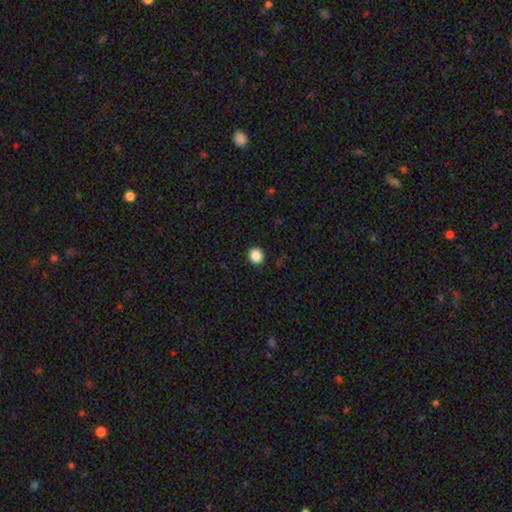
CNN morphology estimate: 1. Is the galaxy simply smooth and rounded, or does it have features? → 87% smooth, 10% star or artifact, 3% featured or disk.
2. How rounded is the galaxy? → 90% round, 9% in between, 1% cigar-shaped.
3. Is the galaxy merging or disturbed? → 93% none, 5% minor disturbance, 2% major disturbance, 1% merger.